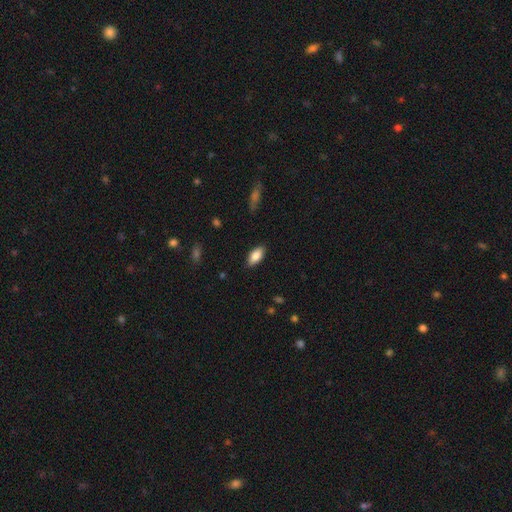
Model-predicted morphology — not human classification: Smooth or featured: smooth — 84% (featured or disk — 9%)
How rounded: in between — 89% (cigar-shaped — 9%)
Merging: none — 87% (minor disturbance — 9%)